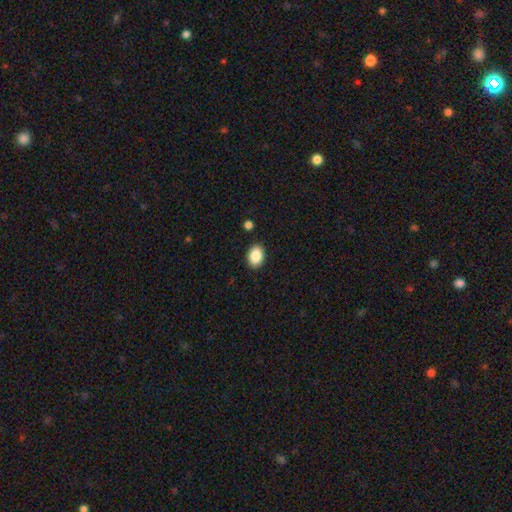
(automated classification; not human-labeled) The model was most divided on "how rounded": in between: 80%, round: 19%, cigar-shaped: 1%. More confident: merging — none (89%); smooth or featured — smooth (88%).